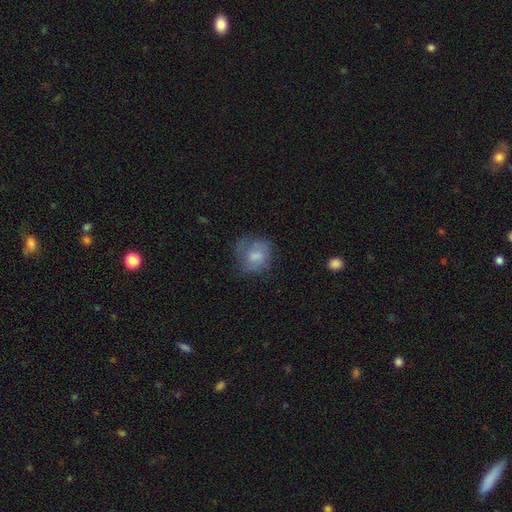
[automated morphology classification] Smooth or featured: smooth — 61% (featured or disk — 30%)
How rounded: round — 64% (in between — 34%)
Merging: none — 50% (minor disturbance — 27%)